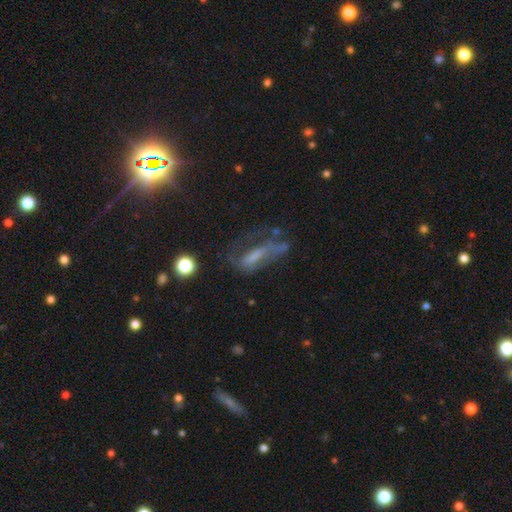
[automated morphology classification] smooth-or-featured: featured or disk: 50% | smooth: 30% | star or artifact: 20%
  merging: major disturbance: 37% | none: 35% | minor disturbance: 21% | merger: 7%